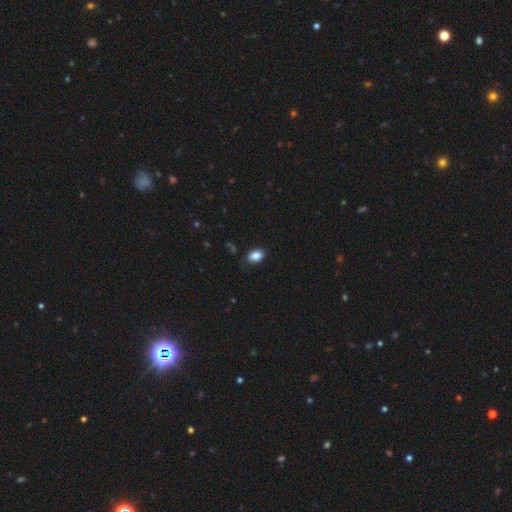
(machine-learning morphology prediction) Q: Smooth or featured?
A: smooth (86%); runner-up: star or artifact (9%)
Q: How rounded?
A: in between (84%); runner-up: round (15%)
Q: Merging?
A: none (76%); runner-up: minor disturbance (18%)